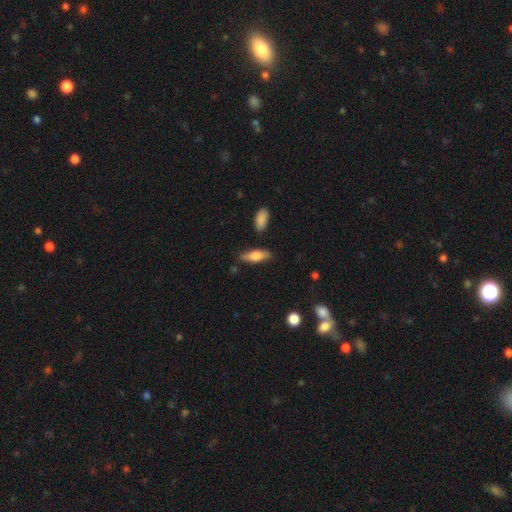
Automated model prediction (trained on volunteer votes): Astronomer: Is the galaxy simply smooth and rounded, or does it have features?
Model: smooth — 72%.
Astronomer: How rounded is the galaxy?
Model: in between — 63%.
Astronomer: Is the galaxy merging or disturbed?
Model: none — 78%.